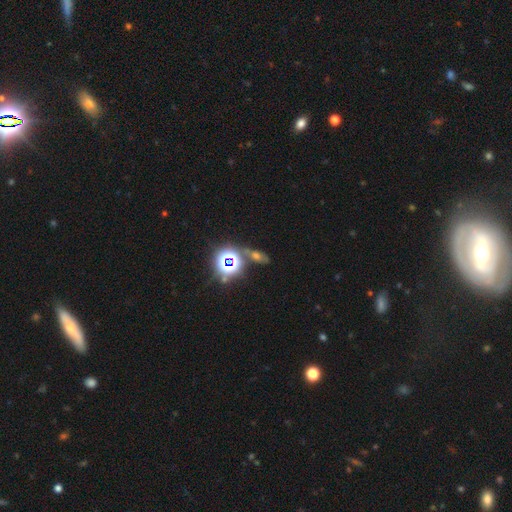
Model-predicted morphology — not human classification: Smooth or featured? Predicted: star or artifact (p=0.54).